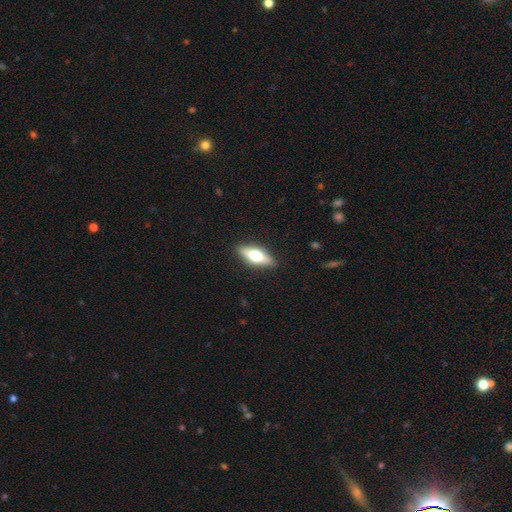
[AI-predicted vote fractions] Smooth or featured?
  - smooth: 50% *
  - featured or disk: 44%
  - star or artifact: 6%
Merging?
  - none: 88% *
  - minor disturbance: 9%
  - major disturbance: 2%
  - merger: 1%